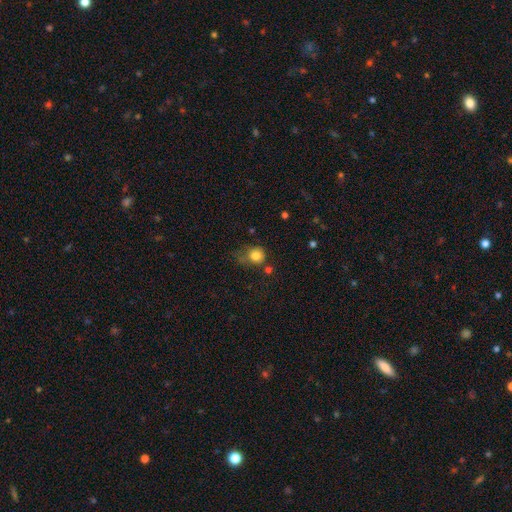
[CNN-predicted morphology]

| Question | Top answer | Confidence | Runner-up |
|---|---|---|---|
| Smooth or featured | smooth | 81% | star or artifact (11%) |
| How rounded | round | 83% | in between (16%) |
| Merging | none | 50% | minor disturbance (27%) |